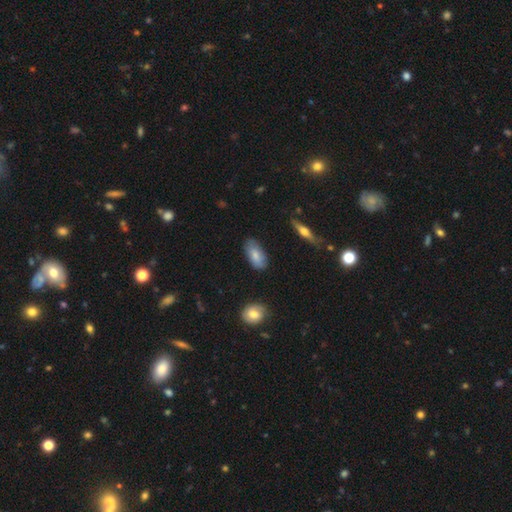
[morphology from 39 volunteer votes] Overall: smooth (85%). How rounded: in between (88%). Merging: none (83%).